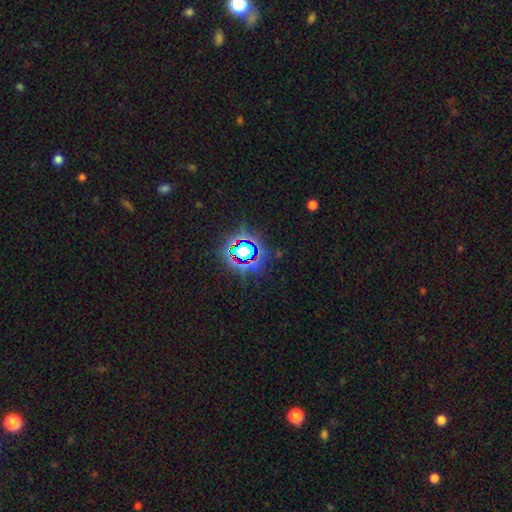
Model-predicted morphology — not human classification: Smooth or featured? star or artifact (80%)